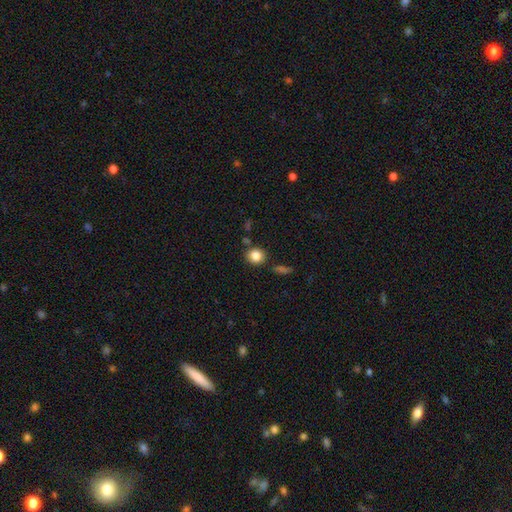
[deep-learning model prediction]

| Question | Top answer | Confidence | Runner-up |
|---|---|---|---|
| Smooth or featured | smooth | 84% | star or artifact (10%) |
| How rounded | round | 83% | in between (16%) |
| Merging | none | 81% | minor disturbance (10%) |